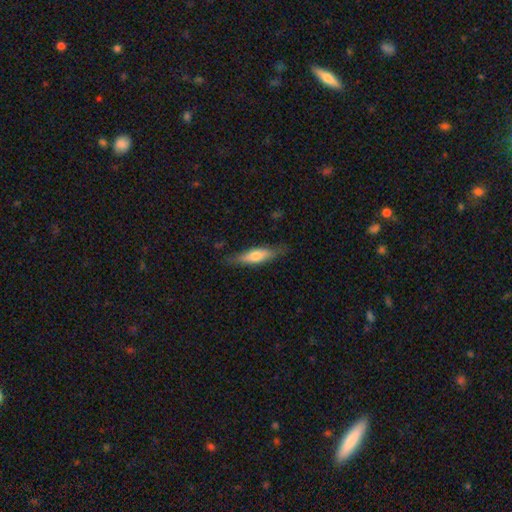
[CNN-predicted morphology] type=smooth (59%); roundness=cigar-shaped (62%); merging=none (76%).